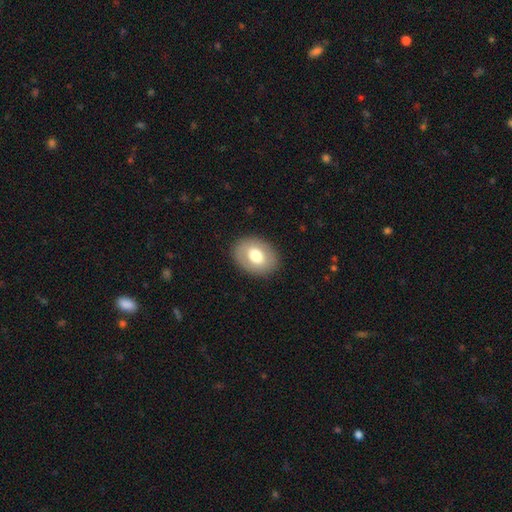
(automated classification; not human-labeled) Smooth or featured: smooth — 69% (featured or disk — 24%)
How rounded: in between — 69% (round — 30%)
Merging: none — 87% (minor disturbance — 9%)